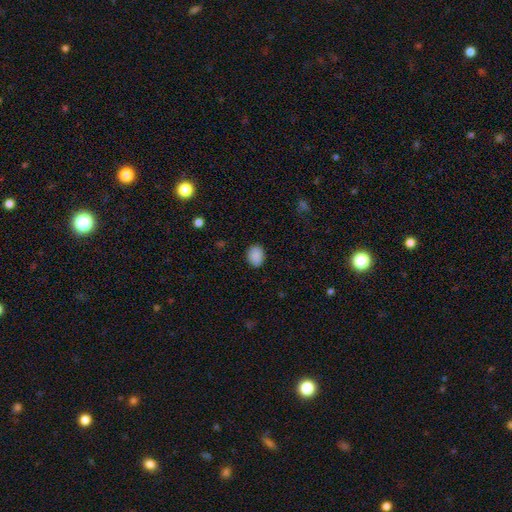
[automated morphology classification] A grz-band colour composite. It shows a smooth galaxy with no disk features (89%) that is in between round and cigar-shaped (60%). Merging: none (86%).